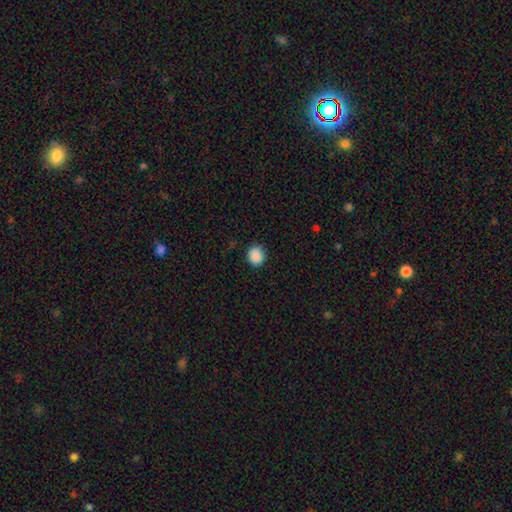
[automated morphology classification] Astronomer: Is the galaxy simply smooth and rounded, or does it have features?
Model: smooth — 89%.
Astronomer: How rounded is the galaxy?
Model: round — 75%.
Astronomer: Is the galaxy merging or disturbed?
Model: none — 88%.